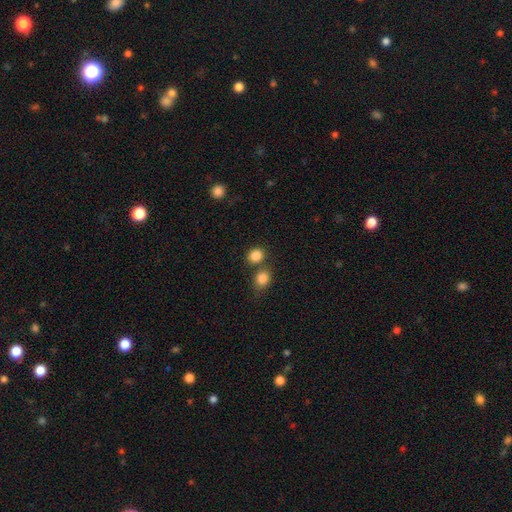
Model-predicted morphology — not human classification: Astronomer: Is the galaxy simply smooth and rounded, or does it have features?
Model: smooth — 85%.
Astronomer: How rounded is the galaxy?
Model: round — 72%.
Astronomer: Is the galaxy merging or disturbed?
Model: none — 62%.